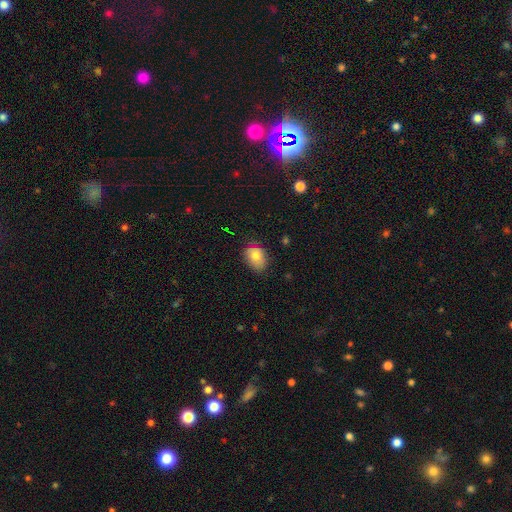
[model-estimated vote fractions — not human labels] The model was most divided on "how rounded": in between: 70%, round: 29%, cigar-shaped: 1%. More confident: smooth or featured — smooth (78%); merging — none (69%).